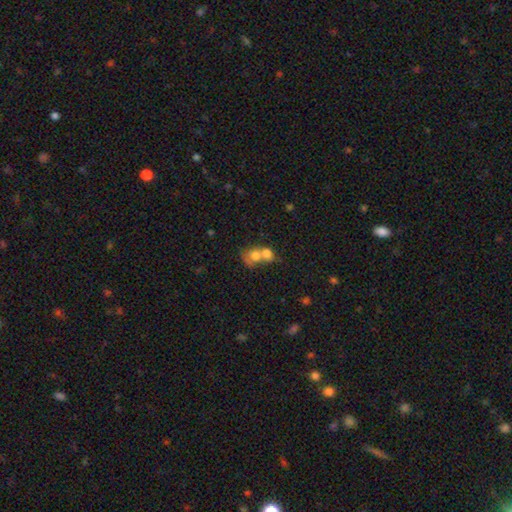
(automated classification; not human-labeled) This appears to be a smooth galaxy with no disk features (69%) that is round (55%). Merging: merger (76%).